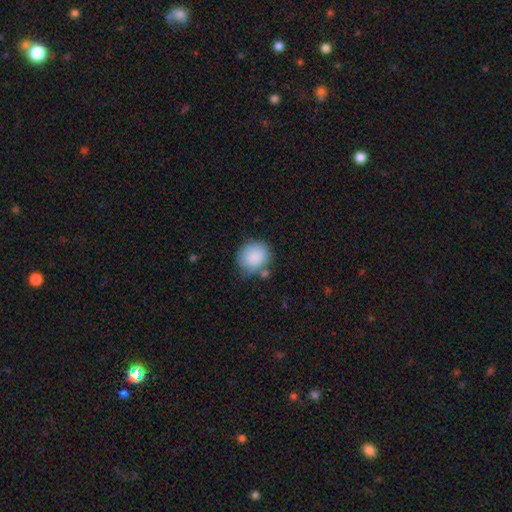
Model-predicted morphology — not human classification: A smooth galaxy with no disk features (87%) that is round (73%). Merging: none (63%).